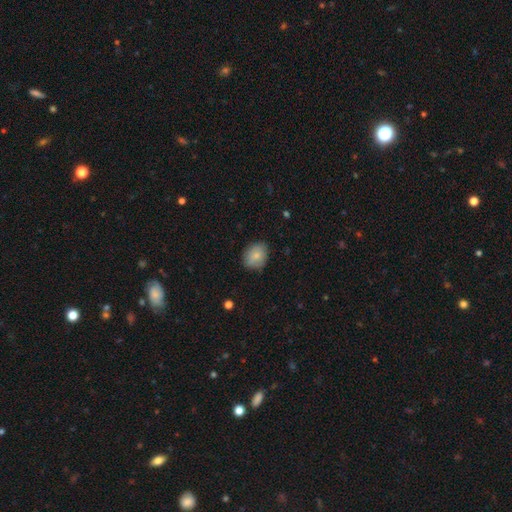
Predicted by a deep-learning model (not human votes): Smooth or featured? smooth (78%)
How rounded? round (54%)
Merging? none (77%)